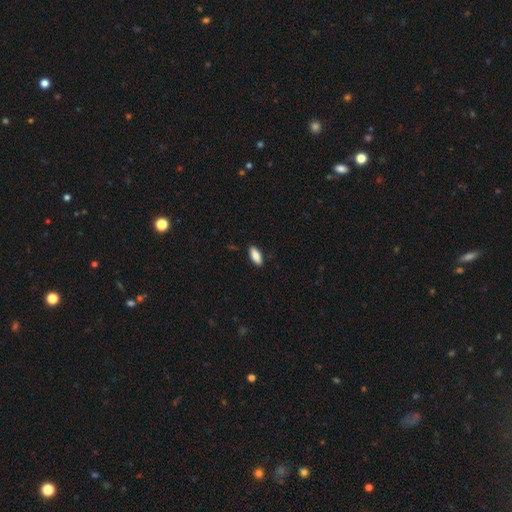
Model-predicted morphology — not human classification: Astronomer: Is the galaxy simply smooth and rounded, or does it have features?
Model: smooth — 85%.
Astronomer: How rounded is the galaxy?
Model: in between — 82%.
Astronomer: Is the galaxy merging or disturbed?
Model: none — 89%.